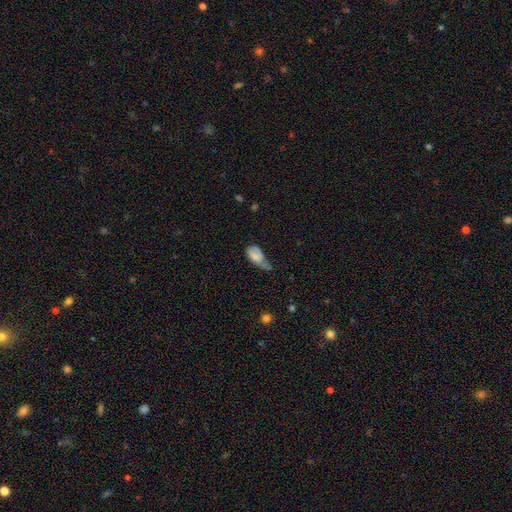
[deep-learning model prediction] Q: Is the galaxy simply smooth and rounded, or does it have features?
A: smooth — 67%.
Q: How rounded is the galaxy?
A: in between — 90%.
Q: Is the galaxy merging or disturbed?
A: minor disturbance — 35%.